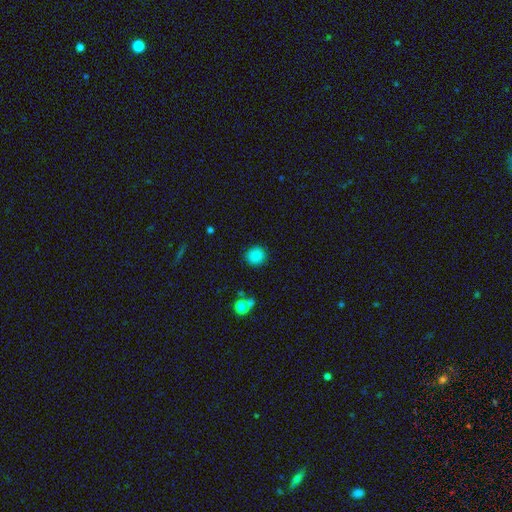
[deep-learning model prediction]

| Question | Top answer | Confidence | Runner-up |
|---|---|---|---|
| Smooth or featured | smooth | 86% | star or artifact (10%) |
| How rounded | round | 92% | in between (7%) |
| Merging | none | 89% | minor disturbance (6%) |